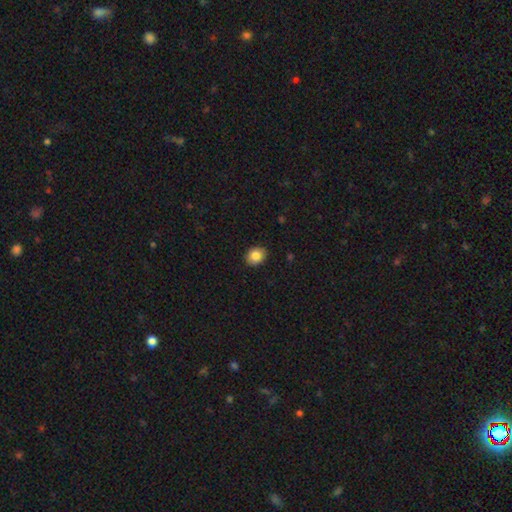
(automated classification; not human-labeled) smooth_or_featured: smooth (p=0.85) [alt: star or artifact p=0.09]
how_rounded: round (p=0.54) [alt: in between p=0.45]
merging: none (p=0.88) [alt: minor disturbance p=0.09]